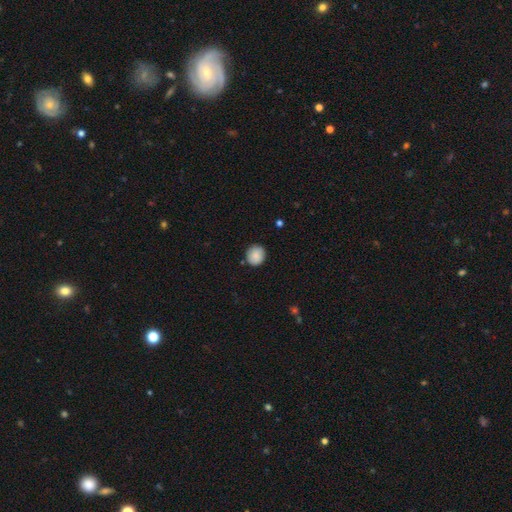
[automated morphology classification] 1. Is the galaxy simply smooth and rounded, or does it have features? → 88% smooth, 8% star or artifact, 4% featured or disk.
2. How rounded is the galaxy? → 85% round, 14% in between, 1% cigar-shaped.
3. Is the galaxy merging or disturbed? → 85% none, 11% minor disturbance, 2% major disturbance, 2% merger.